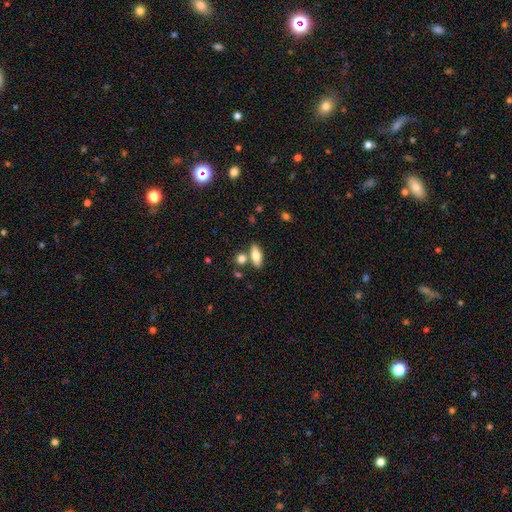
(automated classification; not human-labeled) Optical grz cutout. It shows a smooth galaxy with no disk features (72%) that is in between round and cigar-shaped (72%). Merging: none (71%).